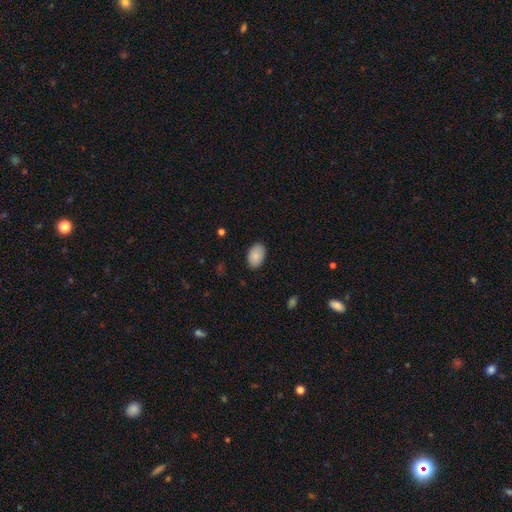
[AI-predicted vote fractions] Smooth or featured?
  - smooth: 87% *
  - featured or disk: 7%
  - star or artifact: 7%
How rounded?
  - in between: 91% *
  - round: 8%
  - cigar-shaped: 1%
Merging?
  - none: 87% *
  - minor disturbance: 10%
  - major disturbance: 2%
  - merger: 1%